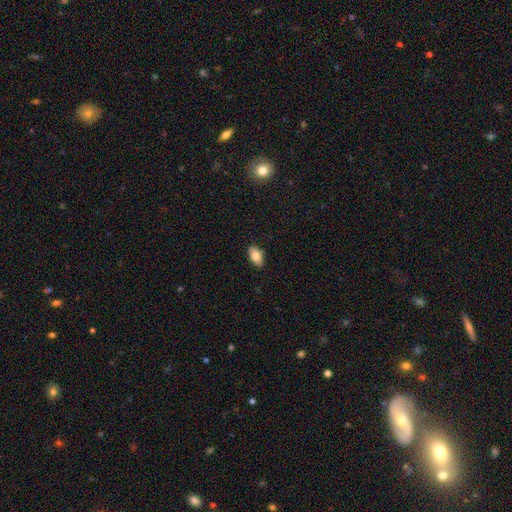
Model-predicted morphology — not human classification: Smooth or featured? smooth (81%)
How rounded? in between (92%)
Merging? none (88%)